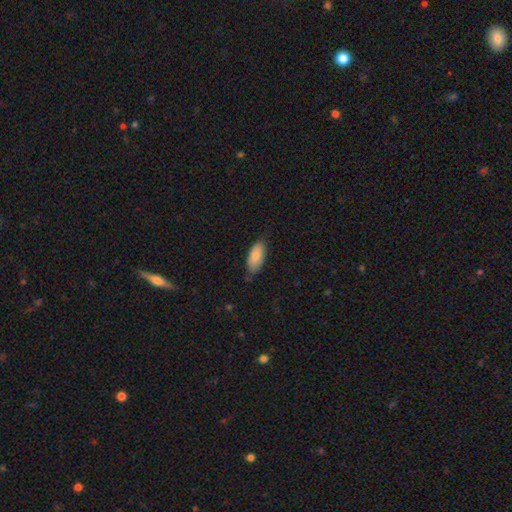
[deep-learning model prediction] Smooth or featured? smooth (87%)
How rounded? in between (89%)
Merging? none (71%)